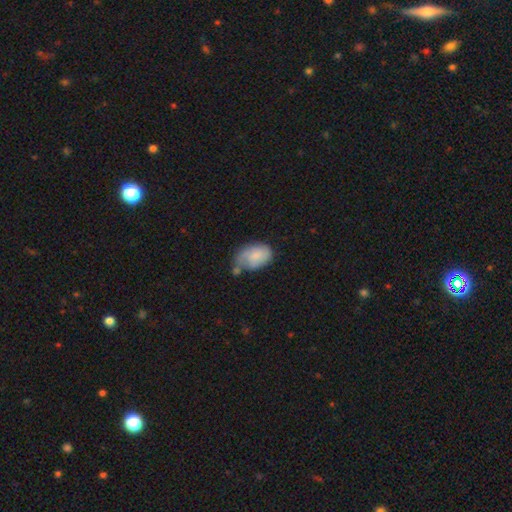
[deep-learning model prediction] This is likely a smooth galaxy (75%). How rounded: clearly in between (88%). Merging: marginally minor disturbance (35%, tied with none).